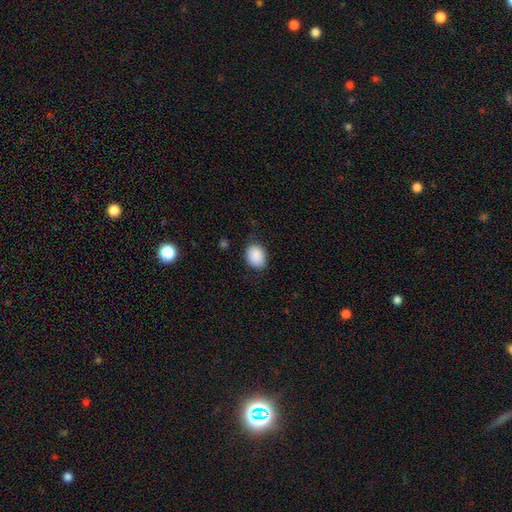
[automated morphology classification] Smooth or featured? smooth (89%)
How rounded? in between (59%)
Merging? none (77%)